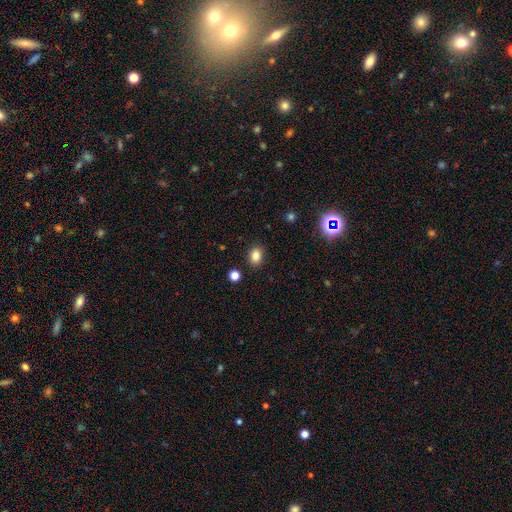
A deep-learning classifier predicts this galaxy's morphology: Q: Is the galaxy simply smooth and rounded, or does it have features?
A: smooth — 83%.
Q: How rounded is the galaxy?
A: in between — 63%.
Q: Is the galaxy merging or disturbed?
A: none — 88%.